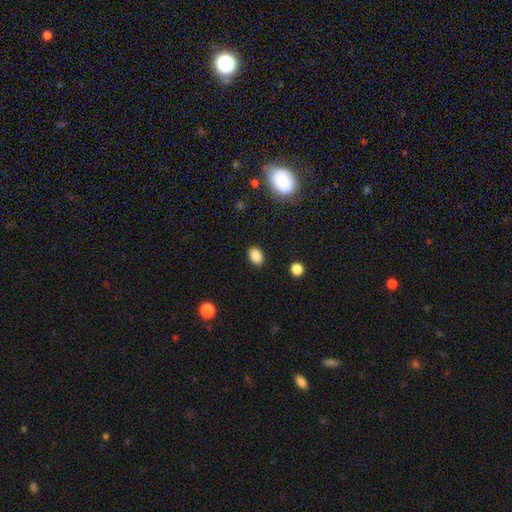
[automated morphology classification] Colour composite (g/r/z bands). It shows a smooth galaxy with no disk features (86%) that is in between round and cigar-shaped (79%). Merging: none (88%).